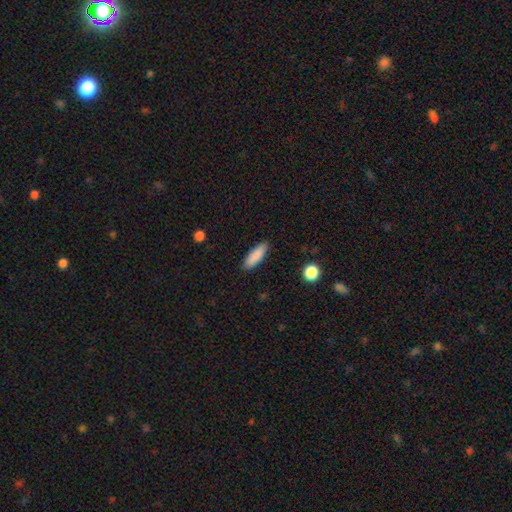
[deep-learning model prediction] Morphology: type=smooth (87%); roundness=in between (55%); merging=none (88%).